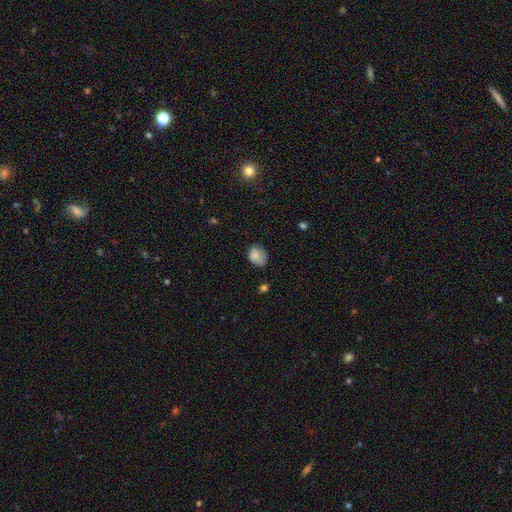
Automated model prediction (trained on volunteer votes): A smooth galaxy with no disk features (79%) that is in between round and cigar-shaped (58%).

Vote fractions:
- Smooth or featured? smooth: 79% / featured or disk: 12% / star or artifact: 9%
- How rounded? in between: 58% / round: 41% / cigar-shaped: 1%
- Merging? none: 55% / minor disturbance: 33% / major disturbance: 10% / merger: 2%